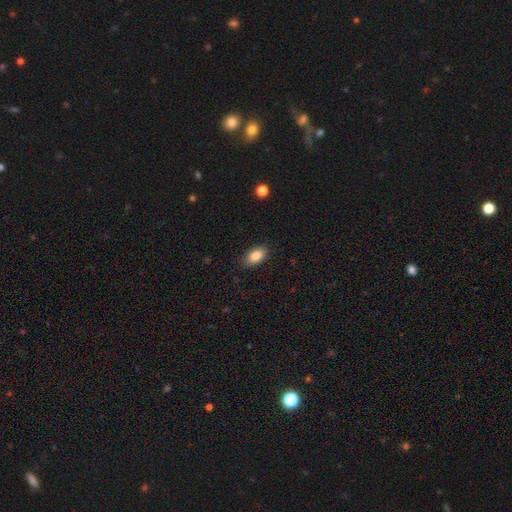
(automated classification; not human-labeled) A smooth galaxy with no disk features (86%) that is in between round and cigar-shaped (92%).

Vote fractions:
- Smooth or featured? smooth: 86% / star or artifact: 8% / featured or disk: 6%
- How rounded? in between: 92% / round: 6% / cigar-shaped: 3%
- Merging? none: 83% / minor disturbance: 13% / major disturbance: 3% / merger: 1%